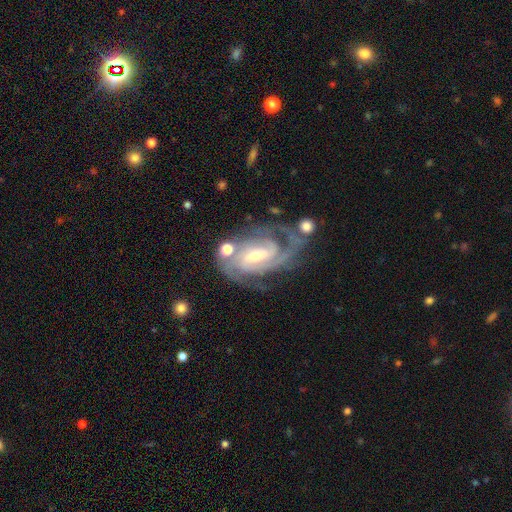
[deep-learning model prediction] Smooth or featured? featured or disk (90%)
Edge-on disk? no (97%)
Bar? weak (46%)
Spiral arms? yes (98%)
Spiral winding? tight (62%)
Spiral arm count? 2 (42%)
Bulge size? small (56%)
Merging? none (59%)